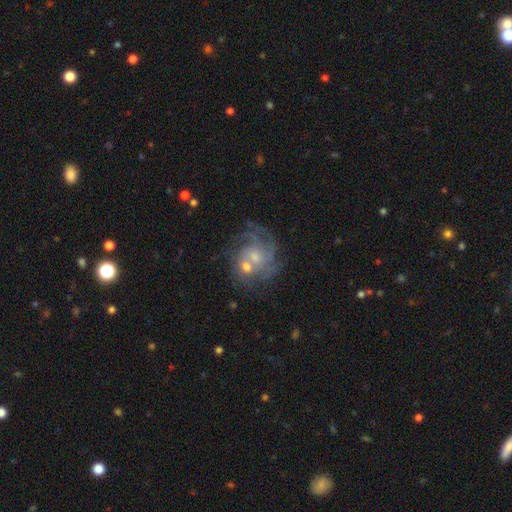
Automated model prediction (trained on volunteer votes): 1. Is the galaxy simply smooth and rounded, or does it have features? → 74% featured or disk, 18% smooth, 7% star or artifact.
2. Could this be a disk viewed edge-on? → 98% no, 2% yes.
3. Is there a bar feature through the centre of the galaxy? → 69% no, 27% weak, 3% strong.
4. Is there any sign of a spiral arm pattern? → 87% yes, 13% no.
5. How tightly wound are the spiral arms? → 44% tight, 40% medium, 16% loose.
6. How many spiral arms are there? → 34% can't tell, 28% 3, 16% 2, 10% 4, 8% 1, 5% more than 4.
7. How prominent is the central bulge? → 45% moderate, 43% small, 6% none, 5% large, 1% dominant.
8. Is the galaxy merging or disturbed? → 37% merger, 35% none, 14% minor disturbance, 14% major disturbance.